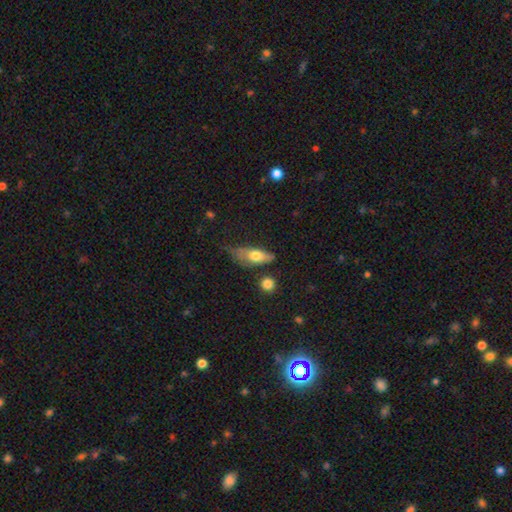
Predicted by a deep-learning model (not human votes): smooth-or-featured: smooth: 64% | featured or disk: 29% | star or artifact: 7%
  how-rounded: in between: 71% | cigar-shaped: 24% | round: 5%
  merging: none: 40% | minor disturbance: 36% | major disturbance: 18% | merger: 6%